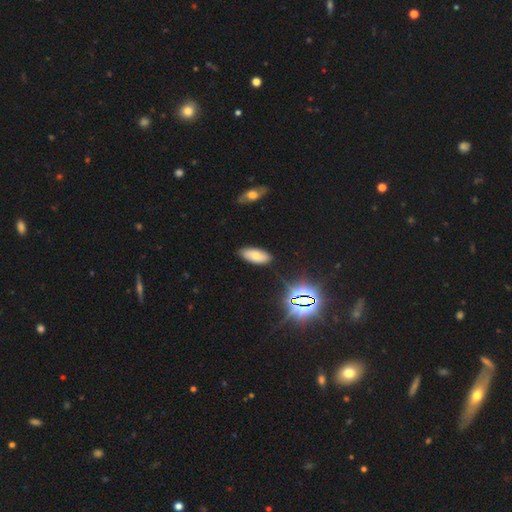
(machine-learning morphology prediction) Smooth or featured: smooth — 54% (star or artifact — 28%)
How rounded: in between — 87% (cigar-shaped — 9%)
Merging: none — 86% (minor disturbance — 10%)